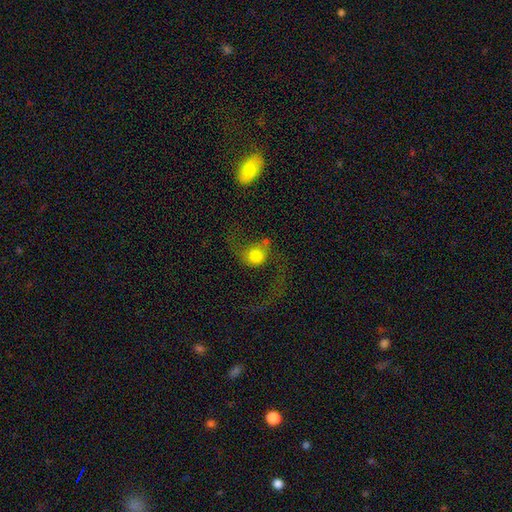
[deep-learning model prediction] Q: Smooth or featured?
A: featured or disk (46%); runner-up: smooth (43%)
Q: Merging?
A: major disturbance (48%); runner-up: none (29%)